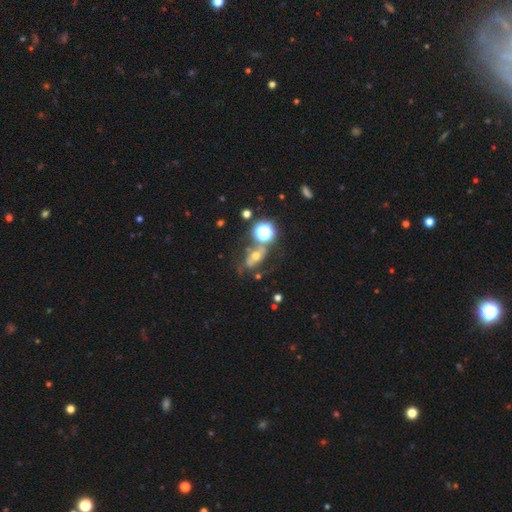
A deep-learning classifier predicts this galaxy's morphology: This is marginally a featured or disk galaxy (41%). Merging: possibly none (45%).